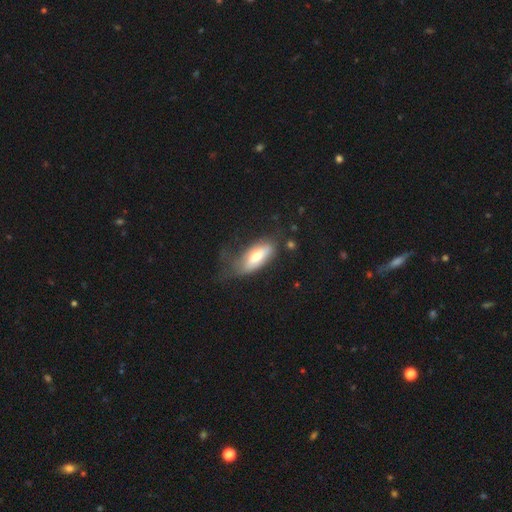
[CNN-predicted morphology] This is likely a smooth galaxy (64%). How rounded: likely in between (79%). Merging: marginally none (41%).